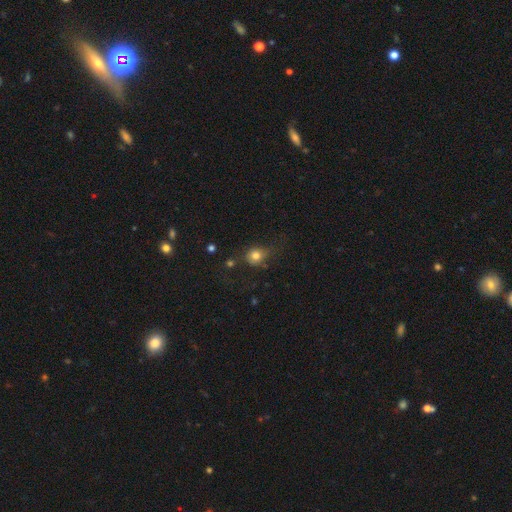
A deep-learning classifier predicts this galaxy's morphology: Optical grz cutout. It shows a smooth galaxy with no disk features (77%) that is round (75%). Merging: none (60%).